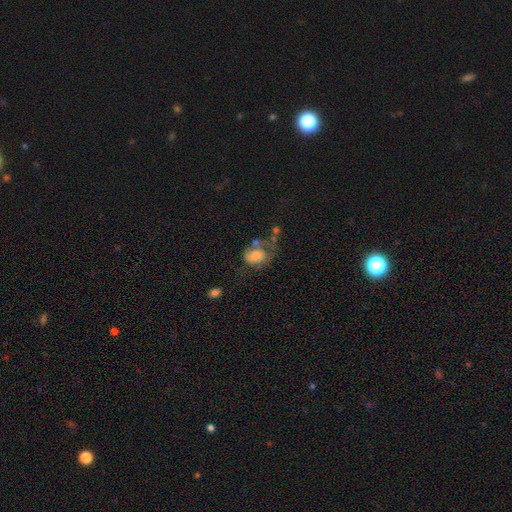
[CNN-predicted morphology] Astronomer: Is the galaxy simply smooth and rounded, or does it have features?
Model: smooth — 60%.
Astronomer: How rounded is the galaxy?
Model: in between — 66%.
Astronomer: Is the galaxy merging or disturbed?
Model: major disturbance — 36% (runner-up: none, 26%).